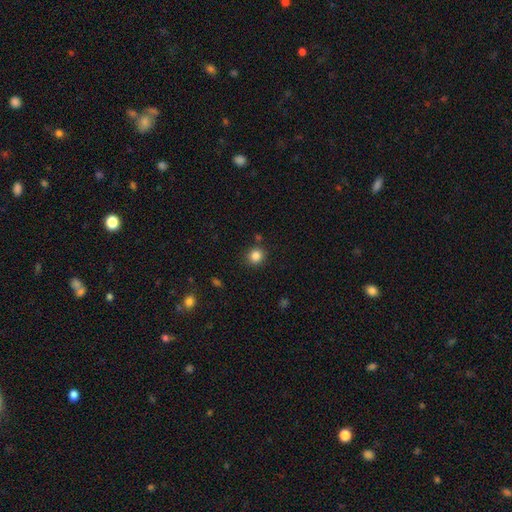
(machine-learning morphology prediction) This is clearly a smooth galaxy (84%). How rounded: clearly round (88%). Merging: clearly none (86%).